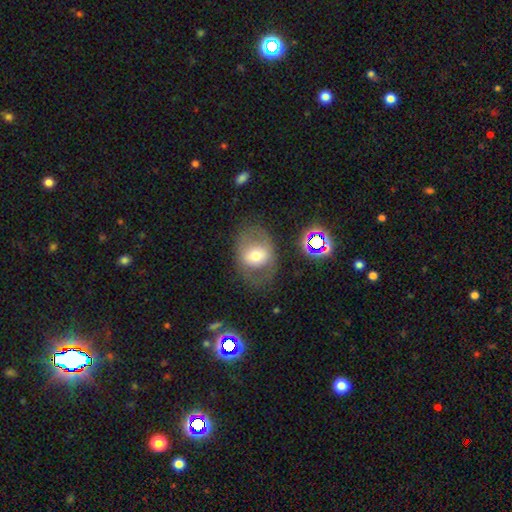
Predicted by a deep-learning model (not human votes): Smooth or featured?
  - smooth: 53% *
  - featured or disk: 36%
  - star or artifact: 11%
How rounded?
  - in between: 56% *
  - round: 42%
  - cigar-shaped: 1%
Merging?
  - none: 66% *
  - minor disturbance: 17%
  - major disturbance: 14%
  - merger: 3%